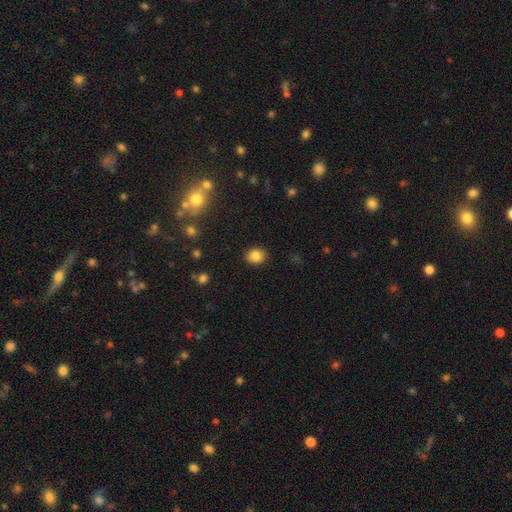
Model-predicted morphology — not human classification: smooth-or-featured: smooth: 84% | star or artifact: 10% | featured or disk: 6%
  how-rounded: round: 51% | in between: 48% | cigar-shaped: 1%
  merging: none: 88% | minor disturbance: 9% | major disturbance: 2% | merger: 1%